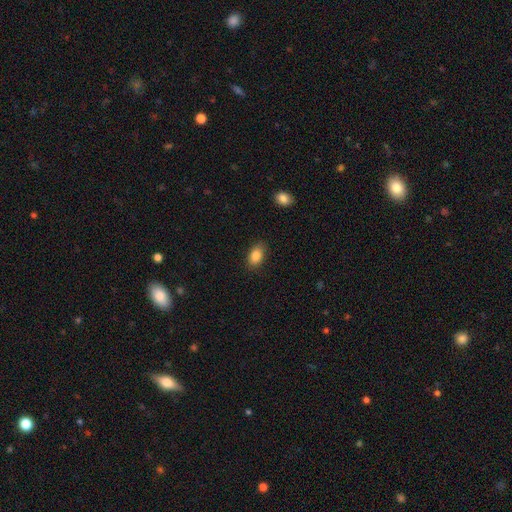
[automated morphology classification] Smooth or featured?
  - smooth: 86% *
  - star or artifact: 8%
  - featured or disk: 6%
How rounded?
  - in between: 88% *
  - round: 10%
  - cigar-shaped: 2%
Merging?
  - none: 86% *
  - minor disturbance: 11%
  - major disturbance: 3%
  - merger: 1%